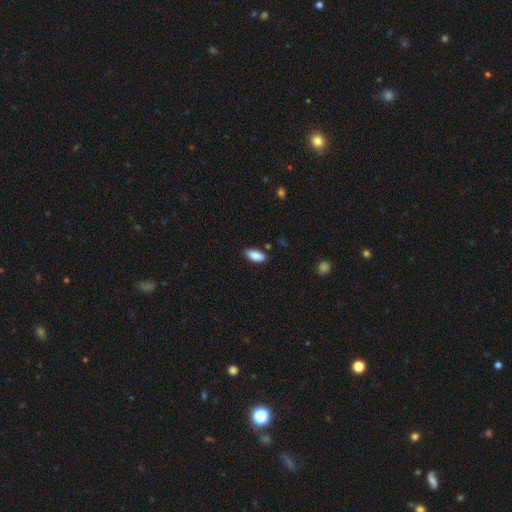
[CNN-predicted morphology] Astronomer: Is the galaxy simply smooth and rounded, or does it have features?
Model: smooth — 89%.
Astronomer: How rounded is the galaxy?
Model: in between — 87%.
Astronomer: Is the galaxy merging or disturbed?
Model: none — 81%.